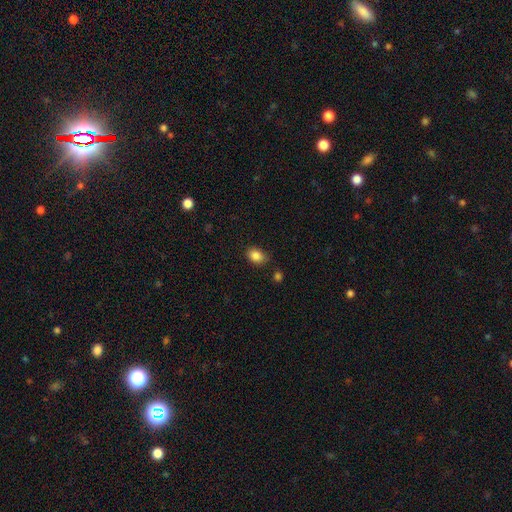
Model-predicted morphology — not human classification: Smooth or featured? Predicted: smooth (p=0.86). How rounded? Predicted: in between (p=0.74). Merging? Predicted: none (p=0.77).